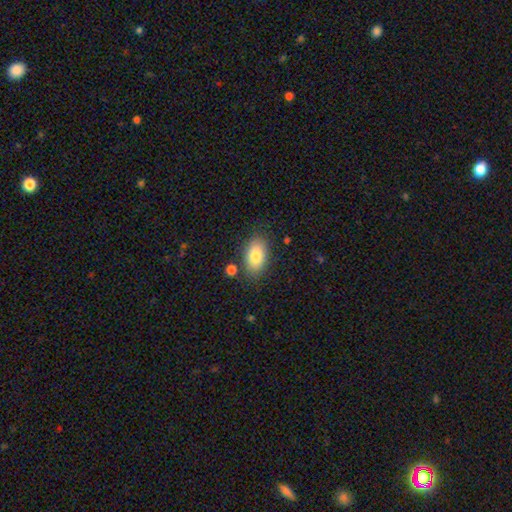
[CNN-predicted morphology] The model was most divided on "merging": none: 80%, minor disturbance: 12%, merger: 4%, major disturbance: 3%. More confident: how rounded — in between (90%); smooth or featured — smooth (81%).